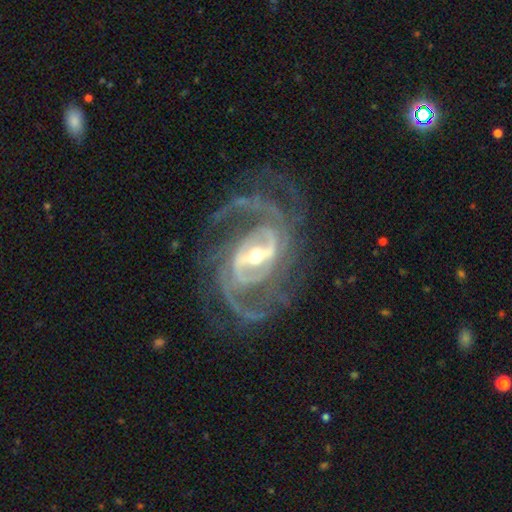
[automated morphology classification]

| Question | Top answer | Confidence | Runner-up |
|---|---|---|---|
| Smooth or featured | featured or disk | 92% | star or artifact (5%) |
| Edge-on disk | no | 97% | yes (3%) |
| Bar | strong | 64% | weak (27%) |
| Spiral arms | yes | 97% | no (3%) |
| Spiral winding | medium | 51% | tight (28%) |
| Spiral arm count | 2 | 52% | 3 (15%) |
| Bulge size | moderate | 50% | small (43%) |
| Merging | none | 66% | major disturbance (17%) |